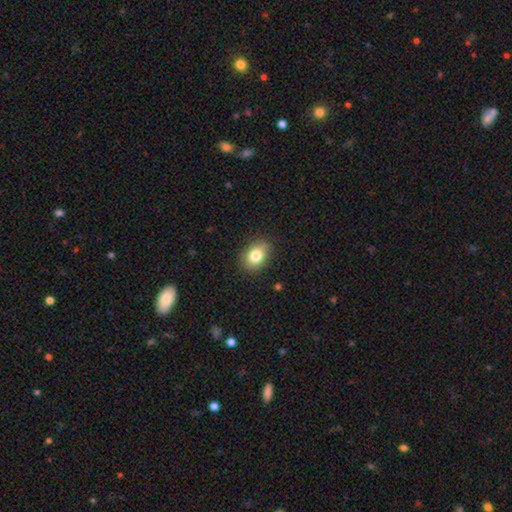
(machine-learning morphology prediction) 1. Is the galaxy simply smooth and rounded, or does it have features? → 81% smooth, 10% featured or disk, 9% star or artifact.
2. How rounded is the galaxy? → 71% in between, 28% round, 1% cigar-shaped.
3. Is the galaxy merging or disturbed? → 85% none, 11% minor disturbance, 3% major disturbance, 1% merger.